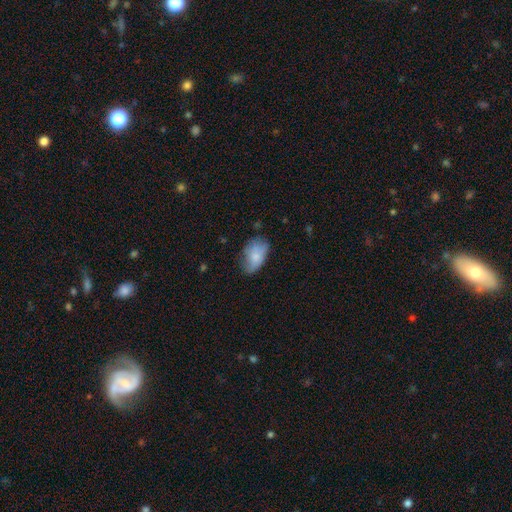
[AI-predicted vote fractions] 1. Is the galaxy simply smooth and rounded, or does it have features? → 74% smooth, 18% featured or disk, 7% star or artifact.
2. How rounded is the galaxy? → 90% in between, 8% round, 2% cigar-shaped.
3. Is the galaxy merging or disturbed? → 54% none, 33% minor disturbance, 11% major disturbance, 2% merger.